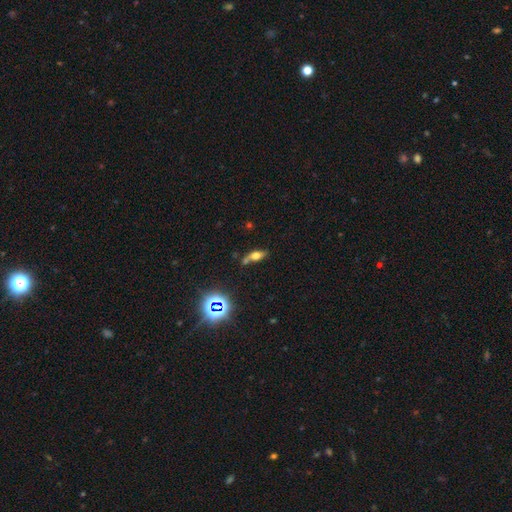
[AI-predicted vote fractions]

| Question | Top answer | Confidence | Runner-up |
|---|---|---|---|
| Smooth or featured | smooth | 46% | featured or disk (37%) |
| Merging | none | 59% | minor disturbance (19%) |